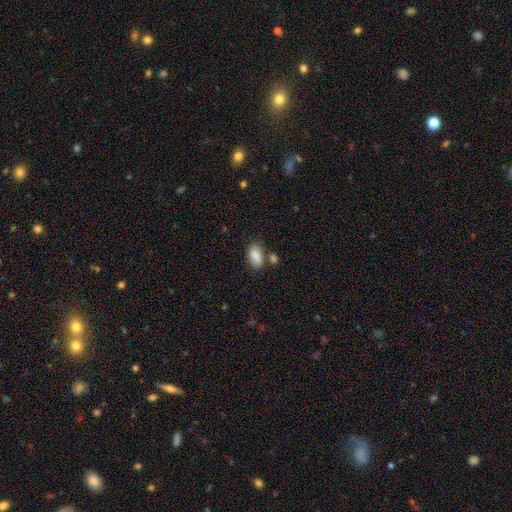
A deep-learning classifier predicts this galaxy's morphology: A smooth galaxy with no disk features (87%) that is in between round and cigar-shaped (92%). Merging: none (68%).